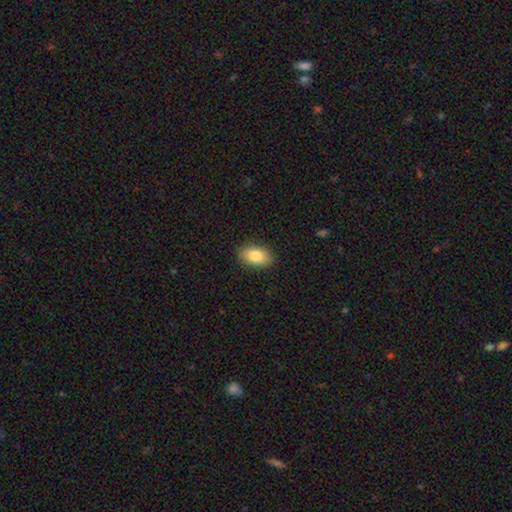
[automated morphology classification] Smooth or featured?
  - smooth: 83% *
  - featured or disk: 9%
  - star or artifact: 7%
How rounded?
  - in between: 91% *
  - round: 8%
  - cigar-shaped: 2%
Merging?
  - none: 89% *
  - minor disturbance: 8%
  - major disturbance: 2%
  - merger: 1%